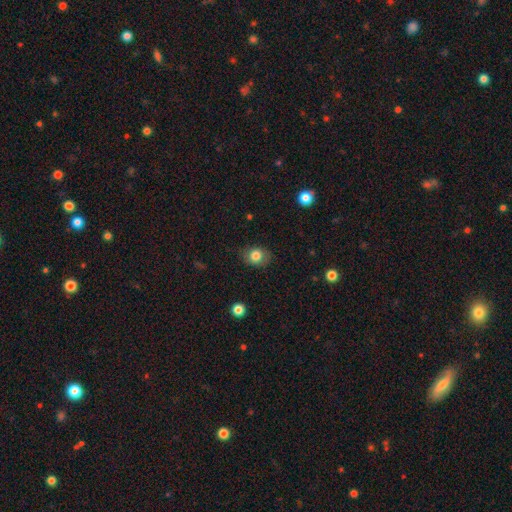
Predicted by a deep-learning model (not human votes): Overall: smooth (81%). How rounded: round (55%; in between 44%). Merging: none (80%).